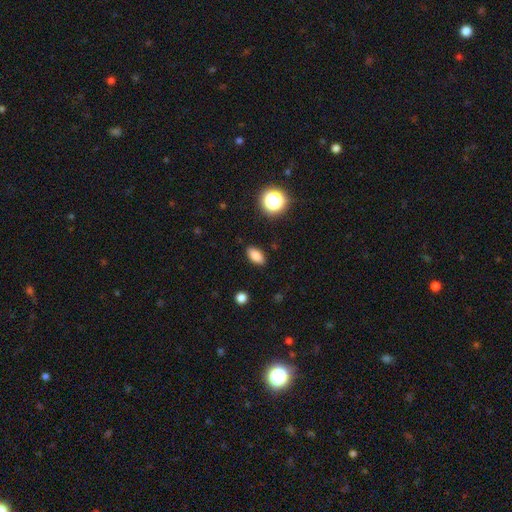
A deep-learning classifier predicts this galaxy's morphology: Q: Smooth or featured?
A: smooth (82%); runner-up: star or artifact (11%)
Q: How rounded?
A: in between (85%); runner-up: cigar-shaped (8%)
Q: Merging?
A: none (88%); runner-up: minor disturbance (8%)